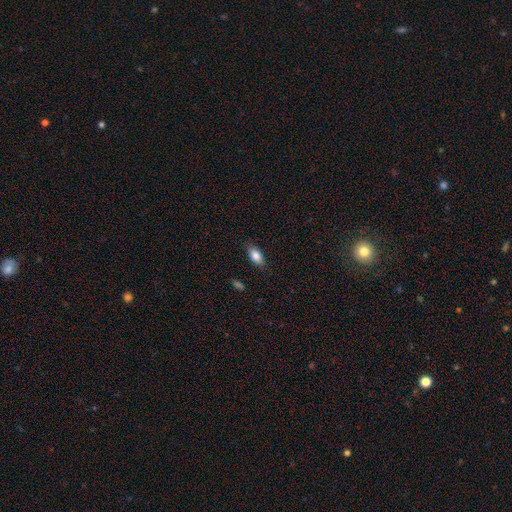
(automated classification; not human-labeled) This is clearly a smooth galaxy (82%). How rounded: clearly in between (88%). Merging: clearly none (84%).